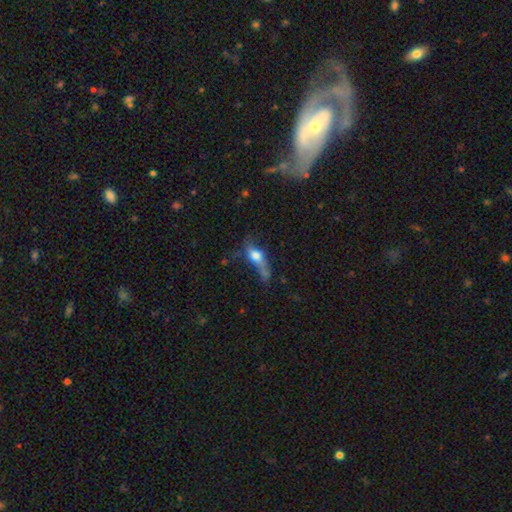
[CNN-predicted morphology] Smooth or featured?
  - smooth: 55% *
  - featured or disk: 33%
  - star or artifact: 11%
How rounded?
  - in between: 55% *
  - cigar-shaped: 36%
  - round: 9%
Merging?
  - major disturbance: 35% *
  - none: 28%
  - minor disturbance: 25%
  - merger: 12%